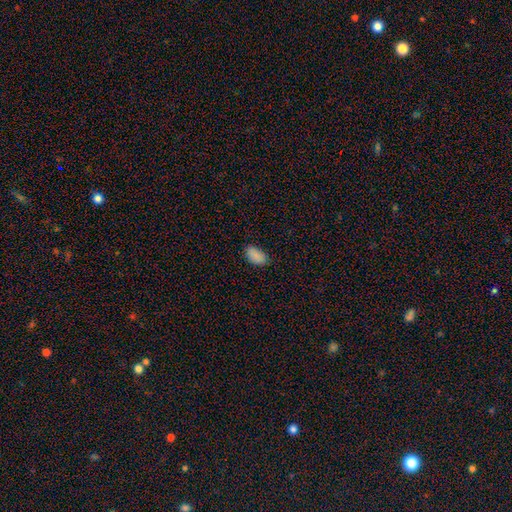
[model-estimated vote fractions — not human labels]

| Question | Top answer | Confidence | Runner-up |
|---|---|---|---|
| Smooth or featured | smooth | 88% | star or artifact (8%) |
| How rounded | in between | 94% | round (4%) |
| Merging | none | 81% | minor disturbance (15%) |